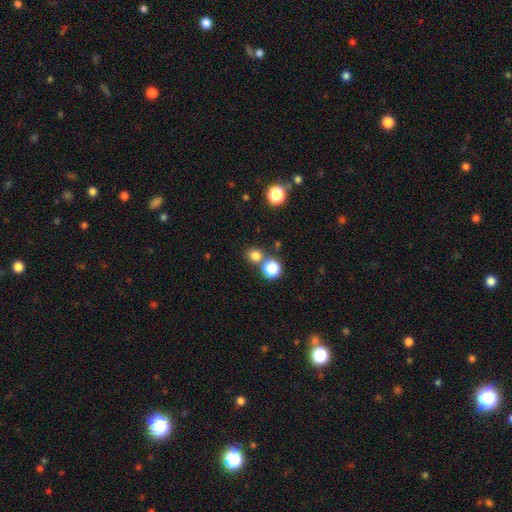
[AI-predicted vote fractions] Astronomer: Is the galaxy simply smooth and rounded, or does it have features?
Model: smooth — 77%.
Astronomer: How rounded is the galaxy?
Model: round — 88%.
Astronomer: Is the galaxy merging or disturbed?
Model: none — 67%.